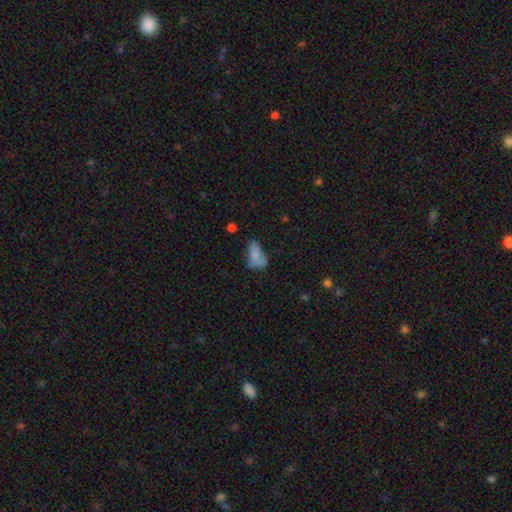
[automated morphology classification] Smooth or featured? Predicted: smooth (p=0.70). How rounded? Predicted: in between (p=0.89). Merging? Predicted: none (p=0.31).